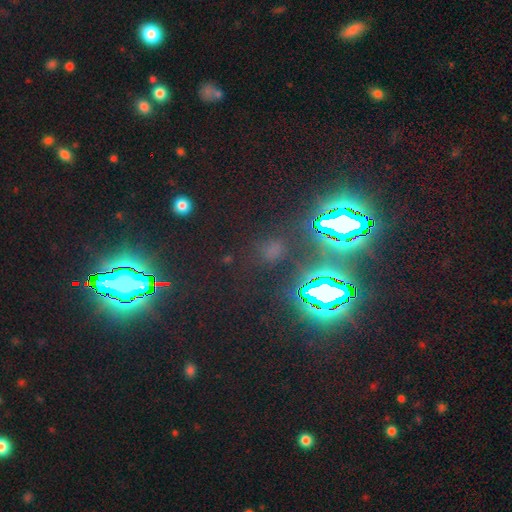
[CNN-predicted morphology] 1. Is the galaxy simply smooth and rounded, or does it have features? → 81% star or artifact, 12% smooth, 7% featured or disk.